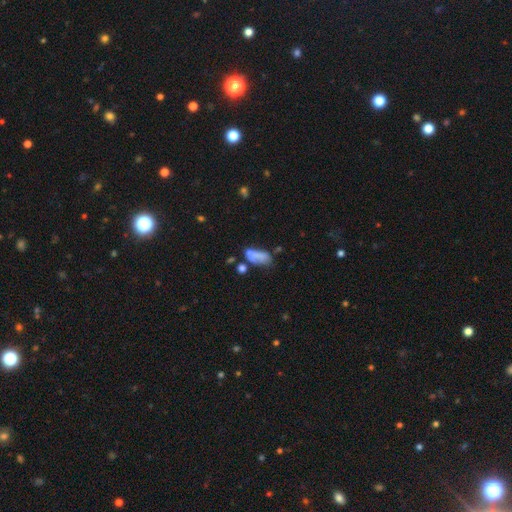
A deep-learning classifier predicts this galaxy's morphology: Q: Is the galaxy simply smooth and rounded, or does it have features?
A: smooth — 70%.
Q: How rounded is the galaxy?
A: in between — 82%.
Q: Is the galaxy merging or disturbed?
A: none — 36%.